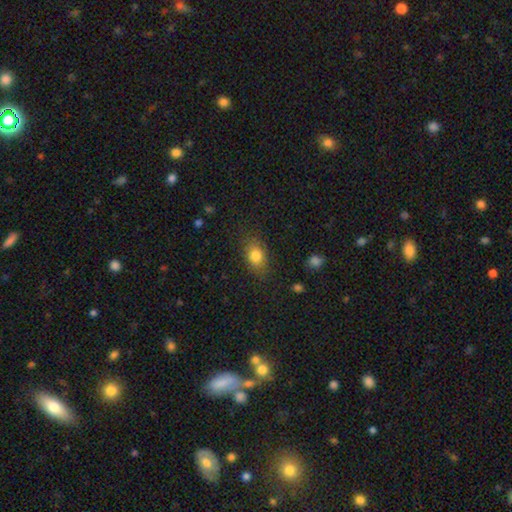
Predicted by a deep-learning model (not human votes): Smooth or featured: smooth — 81% (star or artifact — 10%)
How rounded: in between — 75% (round — 23%)
Merging: none — 79% (minor disturbance — 15%)